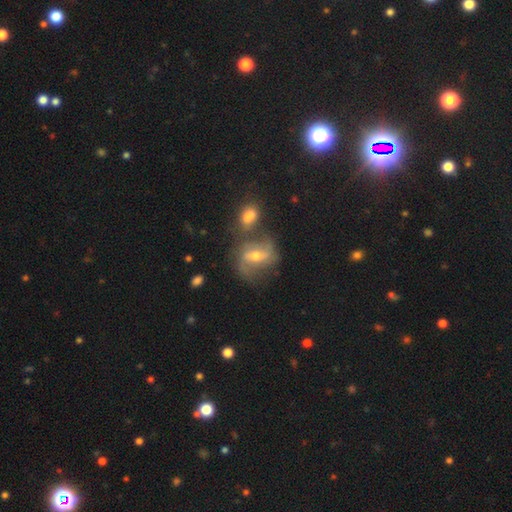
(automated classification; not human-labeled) Smooth or featured? featured or disk (72%)
Edge-on disk? no (94%)
Bar? weak (40%)
Spiral arms? yes (85%)
Spiral winding? loose (49%)
Spiral arm count? 2 (85%)
Bulge size? moderate (58%)
Merging? none (55%)